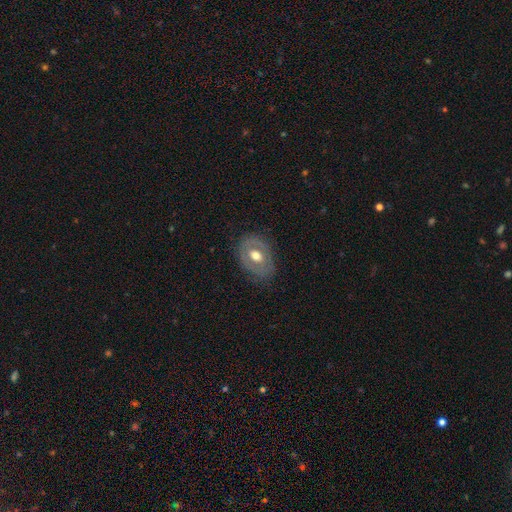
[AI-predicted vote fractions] smooth-or-featured: featured or disk: 54% | smooth: 40% | star or artifact: 6%
  disk-edge-on: no: 93% | yes: 7%
    bar: no: 70% | weak: 23% | strong: 8%
    has-spiral-arms: no: 80% | yes: 20%
    bulge-size: moderate: 69% | large: 23% | small: 5% | dominant: 1% | none: 1%
  merging: none: 75% | minor disturbance: 18% | major disturbance: 6% | merger: 1%